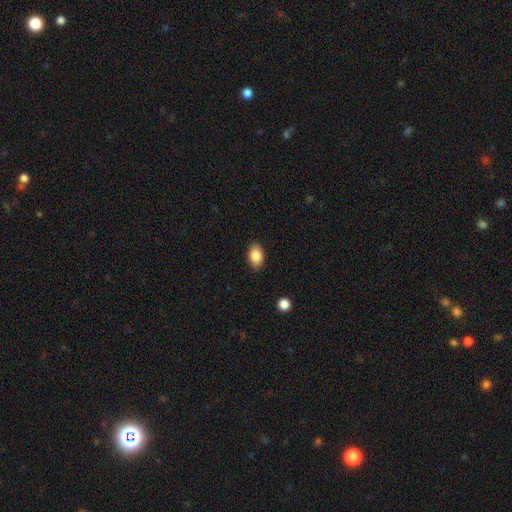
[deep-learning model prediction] A smooth galaxy with no disk features (85%) that is in between round and cigar-shaped (87%). Merging: none (86%).